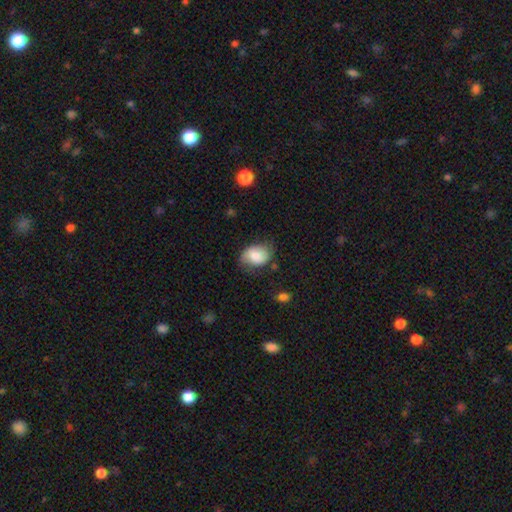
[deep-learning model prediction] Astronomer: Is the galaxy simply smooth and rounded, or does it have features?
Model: smooth — 66%.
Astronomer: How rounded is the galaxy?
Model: in between — 70%.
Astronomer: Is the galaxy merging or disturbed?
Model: none — 62%.